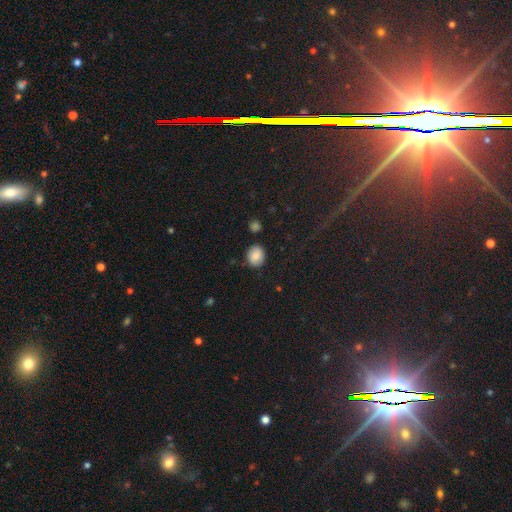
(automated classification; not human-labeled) smooth-or-featured: smooth: 83% | star or artifact: 9% | featured or disk: 8%
  how-rounded: round: 53% | in between: 46% | cigar-shaped: 1%
  merging: none: 83% | minor disturbance: 12% | merger: 3% | major disturbance: 3%